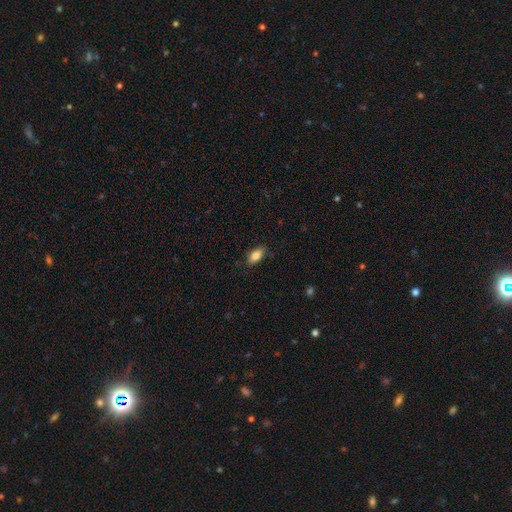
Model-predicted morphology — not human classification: A smooth galaxy with no disk features (82%) that is in between round and cigar-shaped (87%). Merging: none (83%).